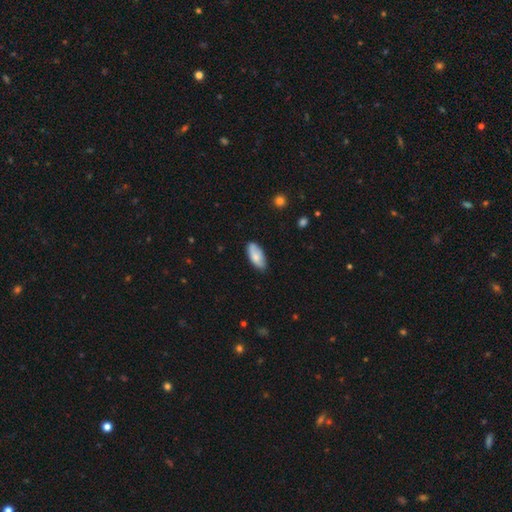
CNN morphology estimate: type=smooth (78%); roundness=in between (88%); merging=none (78%).